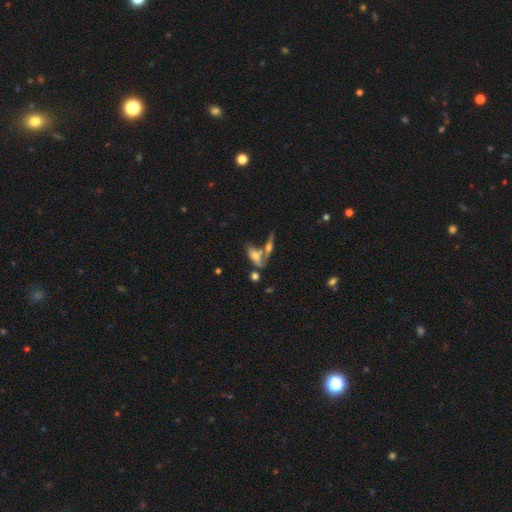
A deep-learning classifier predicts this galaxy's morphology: A smooth galaxy with no disk features (52%) that is in between round and cigar-shaped (73%).

Vote fractions:
- Smooth or featured? smooth: 52% / featured or disk: 38% / star or artifact: 10%
- How rounded? in between: 73% / cigar-shaped: 22% / round: 4%
- Merging? merger: 42% / none: 38% / minor disturbance: 13% / major disturbance: 7%